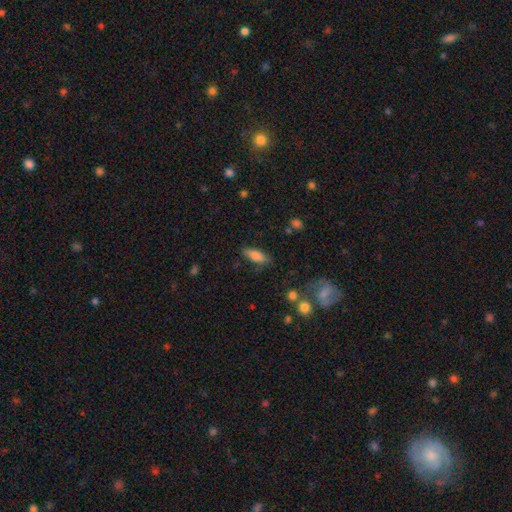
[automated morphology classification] A smooth galaxy with no disk features (81%) that is in between round and cigar-shaped (70%).

Vote fractions:
- Smooth or featured? smooth: 81% / featured or disk: 12% / star or artifact: 7%
- How rounded? in between: 70% / cigar-shaped: 28% / round: 2%
- Merging? none: 79% / minor disturbance: 15% / major disturbance: 4% / merger: 3%